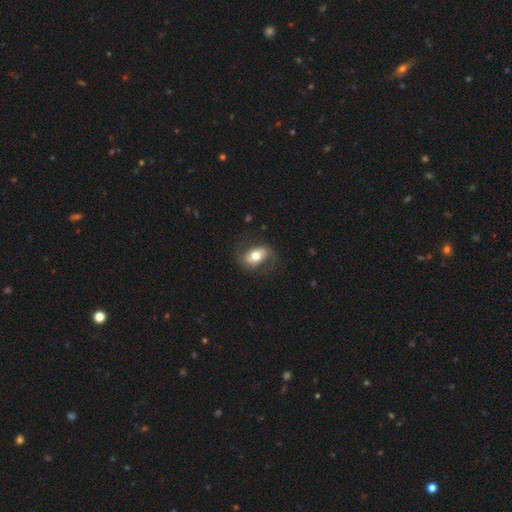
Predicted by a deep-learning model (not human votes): smooth_or_featured: smooth (p=0.52) [alt: featured or disk p=0.41]
how_rounded: in between (p=0.82) [alt: round p=0.15]
merging: none (p=0.68) [alt: minor disturbance p=0.19]